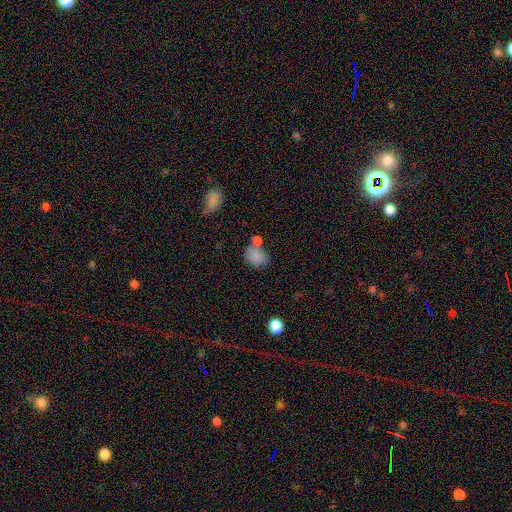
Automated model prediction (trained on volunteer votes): A smooth galaxy with no disk features (82%) that is in between round and cigar-shaped (61%). Merging: none (43%).